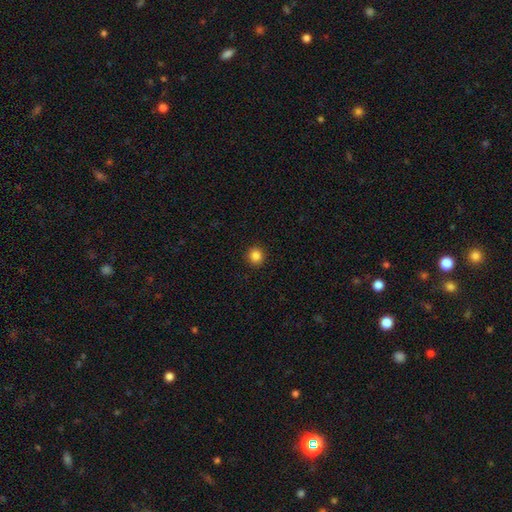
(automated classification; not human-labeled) The model was most divided on "smooth or featured": smooth: 86%, star or artifact: 11%, featured or disk: 4%. More confident: merging — none (92%); how rounded — round (91%).